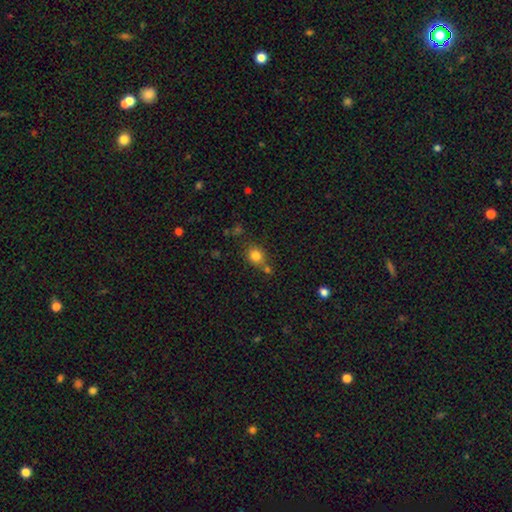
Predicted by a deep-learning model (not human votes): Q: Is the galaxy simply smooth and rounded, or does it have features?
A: smooth — 81%.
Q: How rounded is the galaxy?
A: round — 69%.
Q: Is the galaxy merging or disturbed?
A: none — 65%.